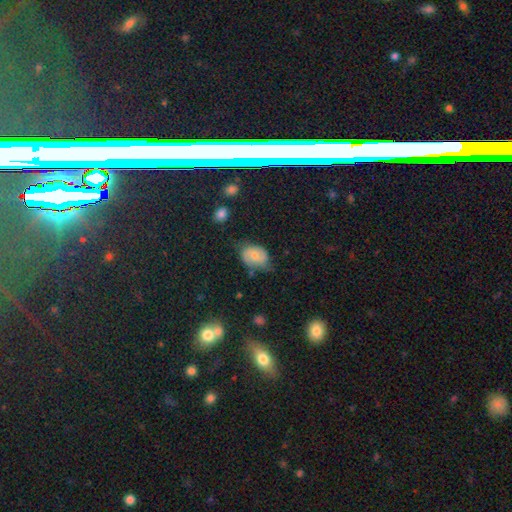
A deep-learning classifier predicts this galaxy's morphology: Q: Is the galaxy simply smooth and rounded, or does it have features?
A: featured or disk — 48%.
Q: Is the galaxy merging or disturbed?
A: none — 53%.